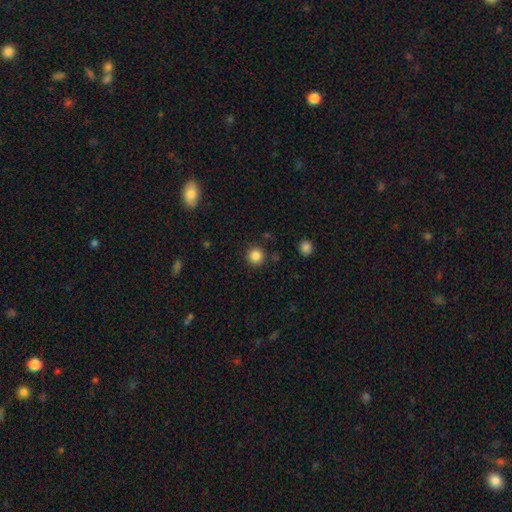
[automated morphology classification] smooth_or_featured: smooth (p=0.85) [alt: star or artifact p=0.11]
how_rounded: round (p=0.94) [alt: in between p=0.05]
merging: none (p=0.90) [alt: minor disturbance p=0.06]